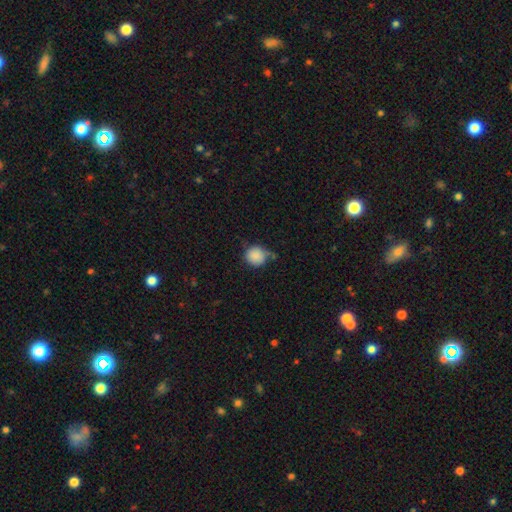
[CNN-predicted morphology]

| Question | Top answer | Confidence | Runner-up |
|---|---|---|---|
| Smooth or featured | smooth | 87% | star or artifact (9%) |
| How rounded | round | 90% | in between (9%) |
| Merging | none | 58% | minor disturbance (29%) |